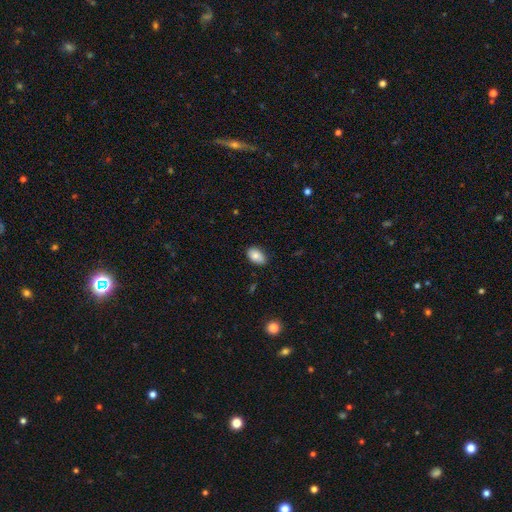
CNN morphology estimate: smooth-or-featured: smooth: 84% | featured or disk: 8% | star or artifact: 8%
  how-rounded: in between: 91% | round: 8% | cigar-shaped: 1%
  merging: none: 83% | minor disturbance: 13% | major disturbance: 2% | merger: 1%